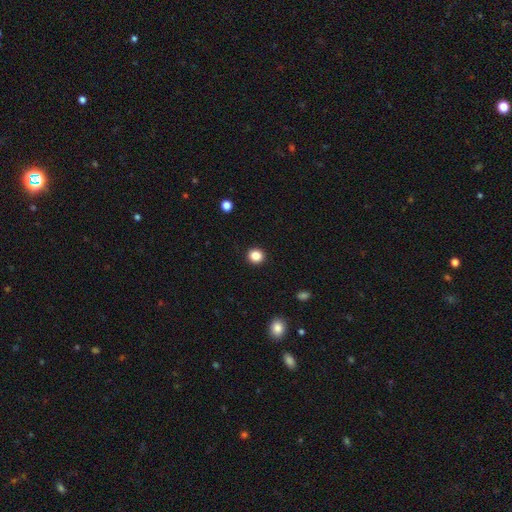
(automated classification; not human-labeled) The model was most divided on "smooth or featured": smooth: 86%, star or artifact: 11%, featured or disk: 3%. More confident: merging — none (93%); how rounded — round (88%).